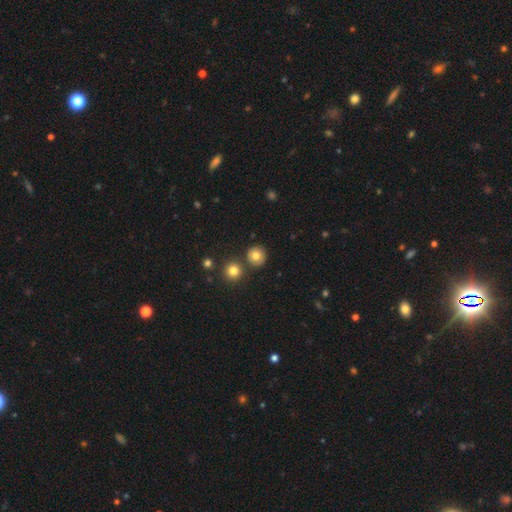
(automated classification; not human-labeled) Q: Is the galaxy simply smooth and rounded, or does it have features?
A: smooth — 79%.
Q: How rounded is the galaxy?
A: round — 92%.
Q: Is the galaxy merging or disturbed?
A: none — 83%.